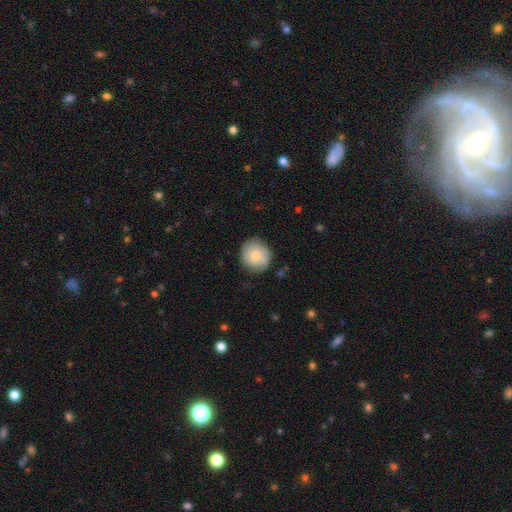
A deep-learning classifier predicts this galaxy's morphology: The model was most divided on "smooth or featured": smooth: 77%, featured or disk: 16%, star or artifact: 7%. More confident: how rounded — round (92%); merging — none (79%).